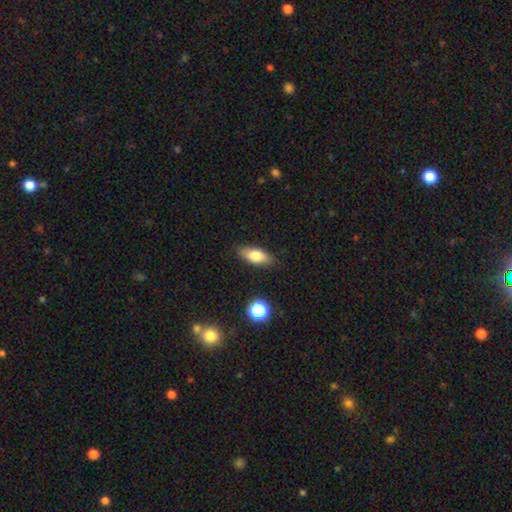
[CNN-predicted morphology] smooth-or-featured: smooth: 75% | featured or disk: 17% | star or artifact: 8%
  how-rounded: in between: 79% | cigar-shaped: 16% | round: 4%
  merging: none: 84% | minor disturbance: 12% | major disturbance: 2% | merger: 2%